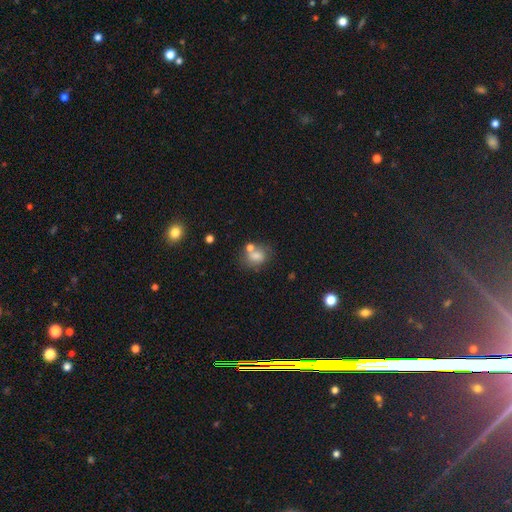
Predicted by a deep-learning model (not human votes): Smooth or featured?
  - smooth: 73% *
  - featured or disk: 15%
  - star or artifact: 12%
How rounded?
  - in between: 50% *
  - round: 48%
  - cigar-shaped: 1%
Merging?
  - none: 50% *
  - merger: 25%
  - minor disturbance: 18%
  - major disturbance: 7%